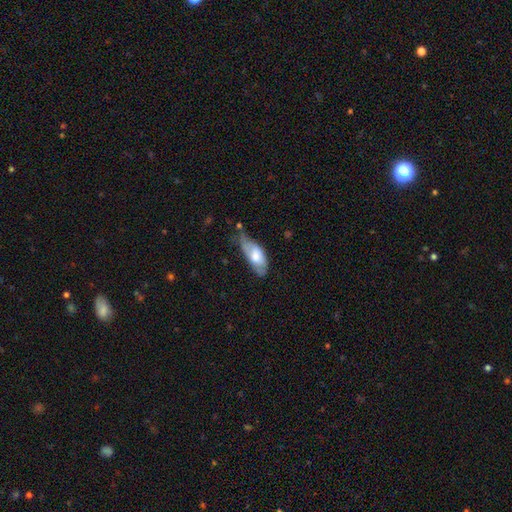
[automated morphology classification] The model was most divided on "merging": minor disturbance: 43%, none: 37%, major disturbance: 15%, merger: 4%. More confident: how rounded — in between (79%); smooth or featured — smooth (64%).